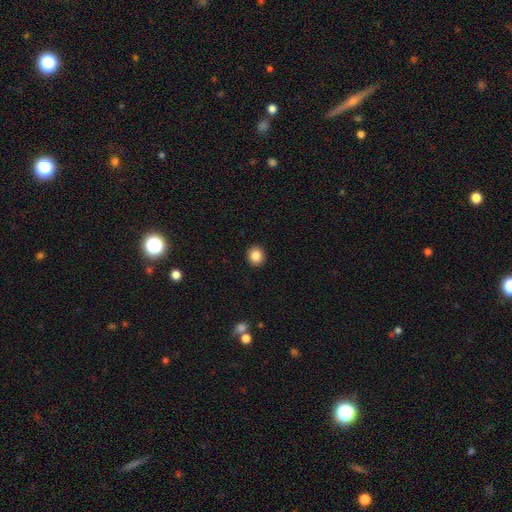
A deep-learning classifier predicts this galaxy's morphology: smooth_or_featured: smooth (p=0.85) [alt: star or artifact p=0.10]
how_rounded: round (p=0.84) [alt: in between p=0.16]
merging: none (p=0.92) [alt: minor disturbance p=0.05]